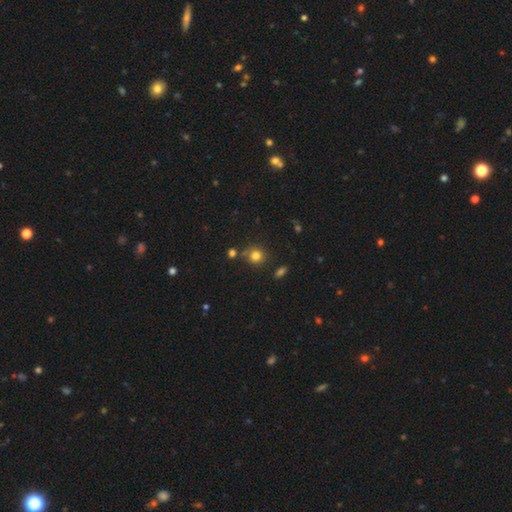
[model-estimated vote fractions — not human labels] Smooth or featured? smooth (79%)
How rounded? round (88%)
Merging? none (74%)